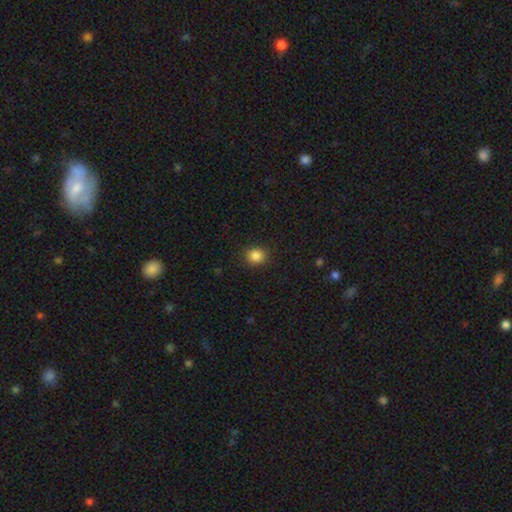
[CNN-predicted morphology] A smooth galaxy with no disk features (86%) that is round (78%). Merging: none (89%).